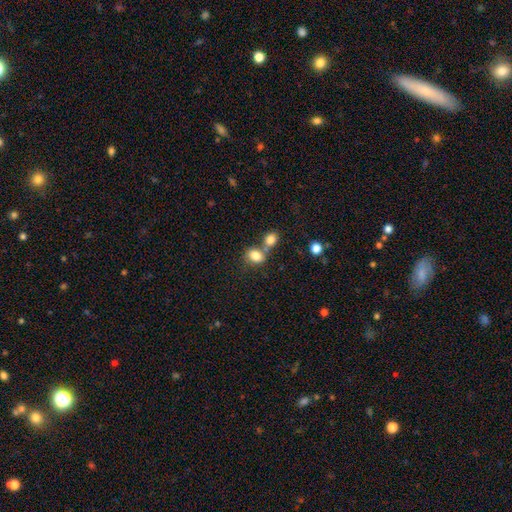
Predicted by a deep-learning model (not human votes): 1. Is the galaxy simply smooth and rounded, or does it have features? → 82% smooth, 10% star or artifact, 8% featured or disk.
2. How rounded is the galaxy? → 61% in between, 37% round, 1% cigar-shaped.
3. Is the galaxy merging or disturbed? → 43% merger, 42% none, 11% minor disturbance, 4% major disturbance.